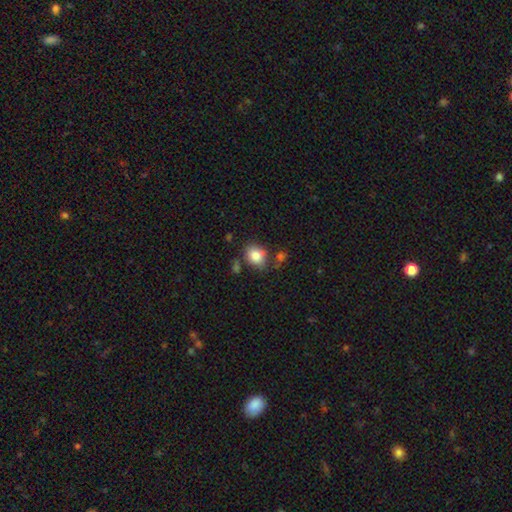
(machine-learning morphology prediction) Smooth or featured? smooth (82%)
How rounded? in between (55%)
Merging? none (65%)